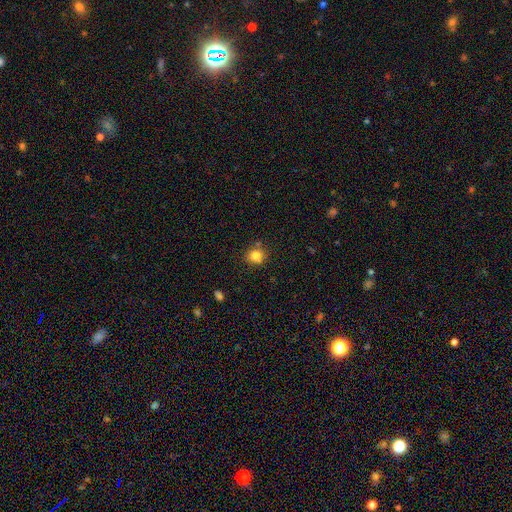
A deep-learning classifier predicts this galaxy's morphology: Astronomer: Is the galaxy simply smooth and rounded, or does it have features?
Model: smooth — 83%.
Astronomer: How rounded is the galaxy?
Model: round — 87%.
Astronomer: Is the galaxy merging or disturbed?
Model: none — 80%.